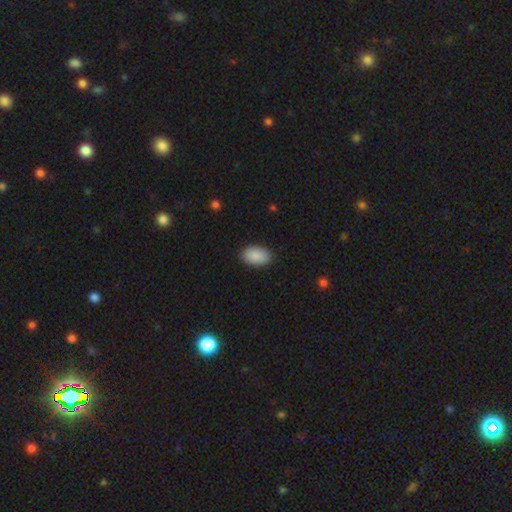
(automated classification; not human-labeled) A smooth galaxy with no disk features (90%) that is in between round and cigar-shaped (93%). Merging: none (88%).